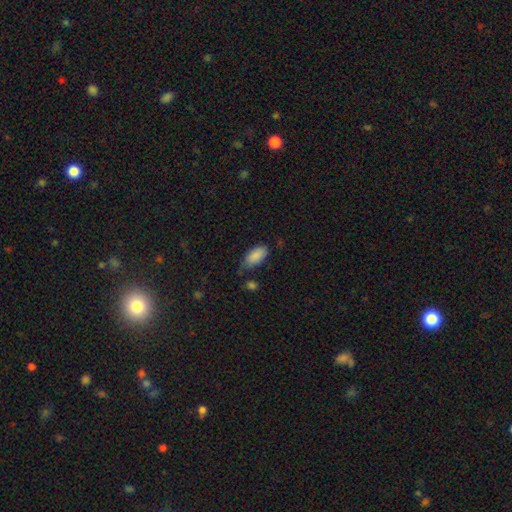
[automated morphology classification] A smooth galaxy with no disk features (87%) that is in between round and cigar-shaped (93%). Merging: none (55%).